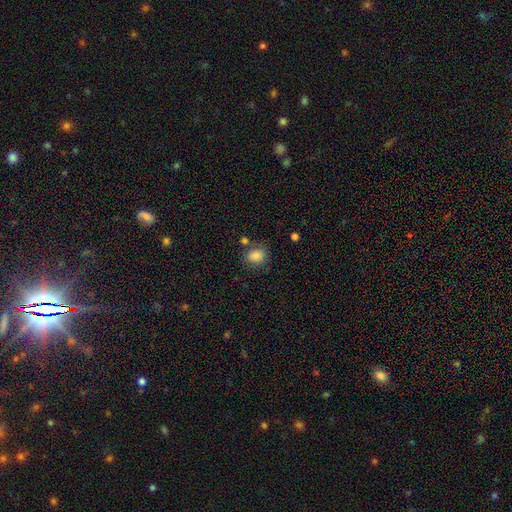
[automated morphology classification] smooth_or_featured: smooth (p=0.83) [alt: star or artifact p=0.10]
how_rounded: round (p=0.66) [alt: in between p=0.33]
merging: none (p=0.74) [alt: minor disturbance p=0.14]